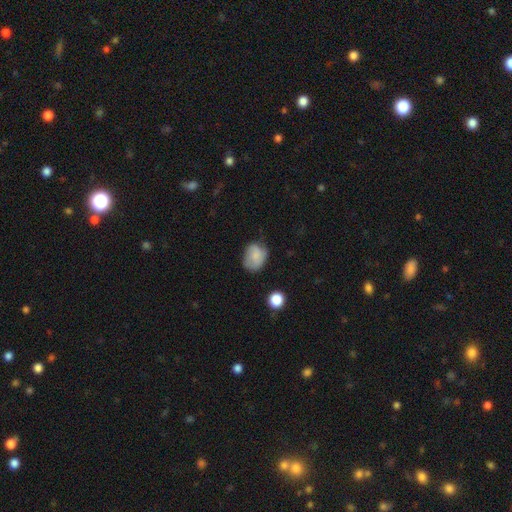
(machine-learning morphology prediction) This appears to be a smooth galaxy with no disk features (75%) that is in between round and cigar-shaped (60%). Merging: none (55%).